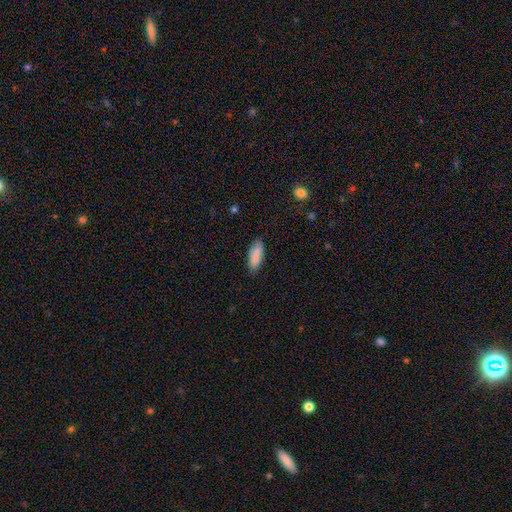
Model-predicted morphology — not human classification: The model was most divided on "how rounded": in between: 73%, cigar-shaped: 25%, round: 2%. More confident: smooth or featured — smooth (86%); merging — none (82%).